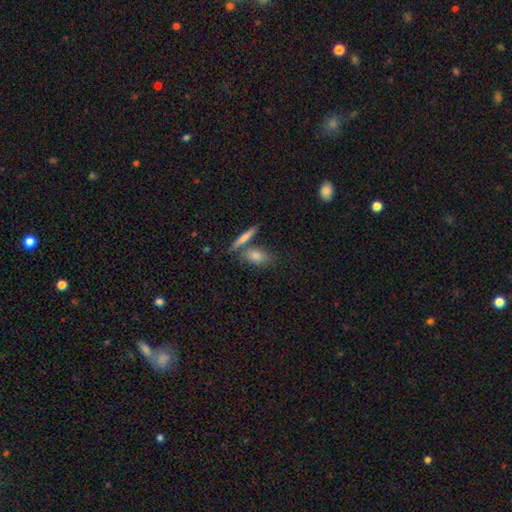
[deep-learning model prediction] smooth-or-featured: smooth: 77% | featured or disk: 16% | star or artifact: 7%
  how-rounded: in between: 69% | cigar-shaped: 22% | round: 10%
  merging: none: 58% | merger: 26% | minor disturbance: 12% | major disturbance: 4%